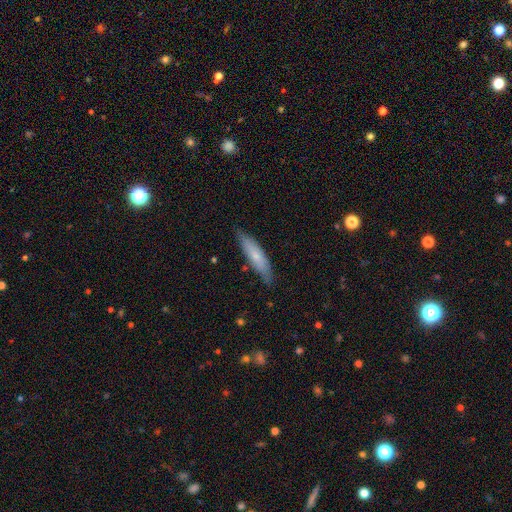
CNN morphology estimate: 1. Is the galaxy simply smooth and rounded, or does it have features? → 67% smooth, 27% featured or disk, 6% star or artifact.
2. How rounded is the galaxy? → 77% cigar-shaped, 22% in between, 1% round.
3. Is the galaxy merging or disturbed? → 78% none, 18% minor disturbance, 3% major disturbance, 2% merger.